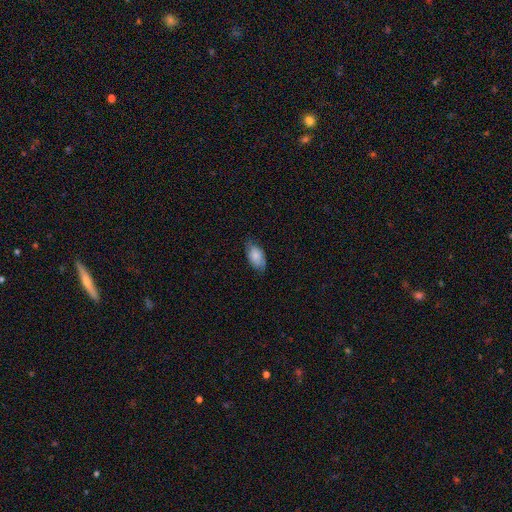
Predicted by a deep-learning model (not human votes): Smooth or featured?
  - smooth: 72% *
  - featured or disk: 21%
  - star or artifact: 7%
How rounded?
  - in between: 93% *
  - round: 4%
  - cigar-shaped: 2%
Merging?
  - none: 69% *
  - minor disturbance: 24%
  - major disturbance: 6%
  - merger: 1%